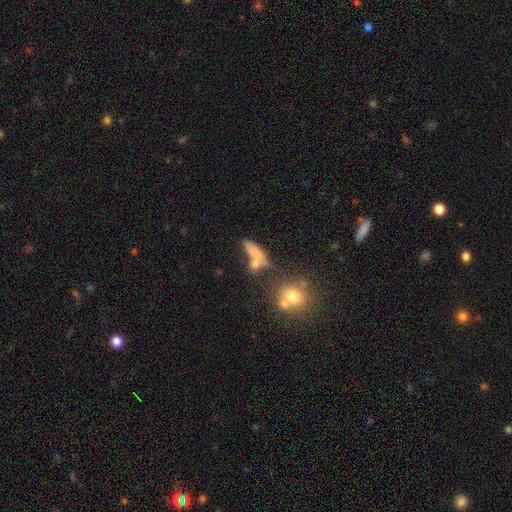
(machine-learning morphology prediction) Smooth or featured: smooth — 68% (featured or disk — 20%)
How rounded: in between — 52% (cigar-shaped — 41%)
Merging: none — 37% (merger — 36%)